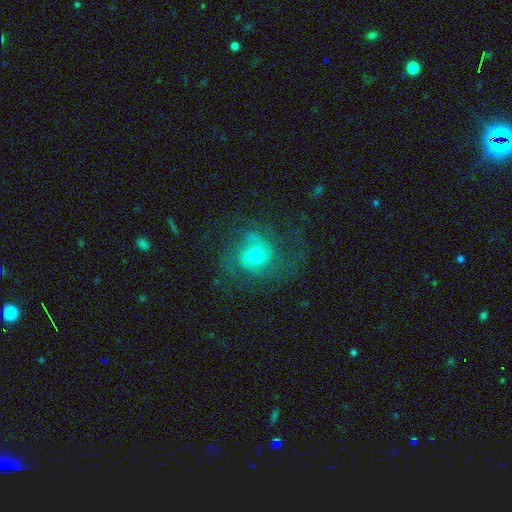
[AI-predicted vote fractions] smooth_or_featured: featured or disk (p=0.67) [alt: smooth p=0.22]
disk_edge_on: no (p=0.97) [alt: yes p=0.03]
bar: no (p=0.76) [alt: weak p=0.20]
has_spiral_arms: yes (p=0.87) [alt: no p=0.13]
spiral_winding: medium (p=0.46) [alt: tight p=0.30]
spiral_arm_count: 2 (p=0.47) [alt: can't tell p=0.22]
bulge_size: moderate (p=0.60) [alt: small p=0.33]
merging: none (p=0.60) [alt: major disturbance p=0.20]